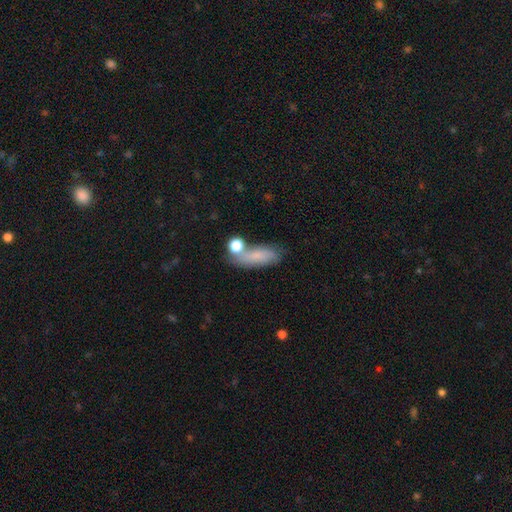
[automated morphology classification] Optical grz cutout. It shows a smooth galaxy with no disk features (71%) that is in between round and cigar-shaped (64%). Merging: none (53%).